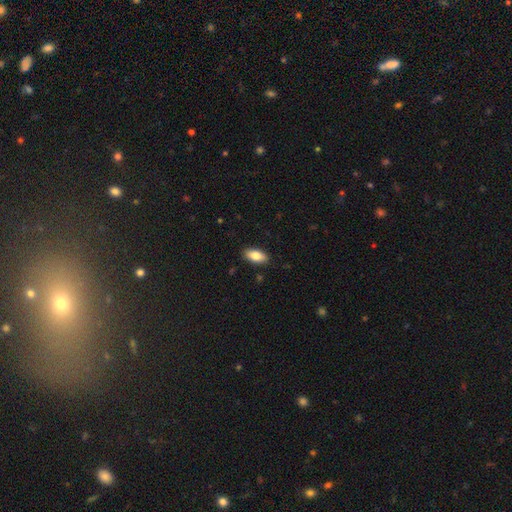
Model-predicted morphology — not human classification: The model was most divided on "smooth or featured": smooth: 83%, featured or disk: 10%, star or artifact: 7%. More confident: how rounded — in between (91%); merging — none (88%).